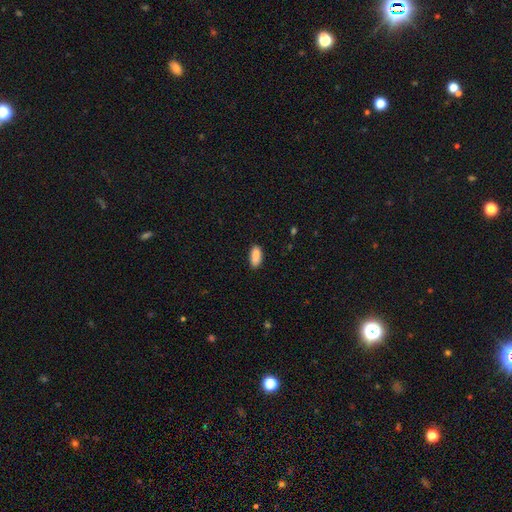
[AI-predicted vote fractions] The model was most divided on "merging": none: 86%, minor disturbance: 11%, major disturbance: 2%, merger: 1%. More confident: smooth or featured — smooth (90%); how rounded — in between (88%).